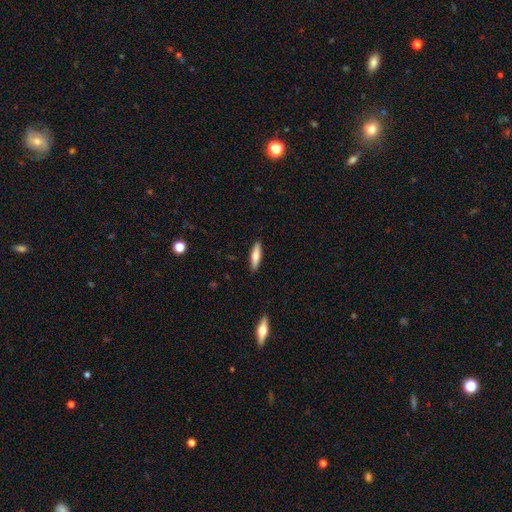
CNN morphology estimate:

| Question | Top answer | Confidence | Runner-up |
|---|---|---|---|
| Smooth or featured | smooth | 71% | featured or disk (23%) |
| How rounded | cigar-shaped | 69% | in between (30%) |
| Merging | none | 90% | minor disturbance (8%) |